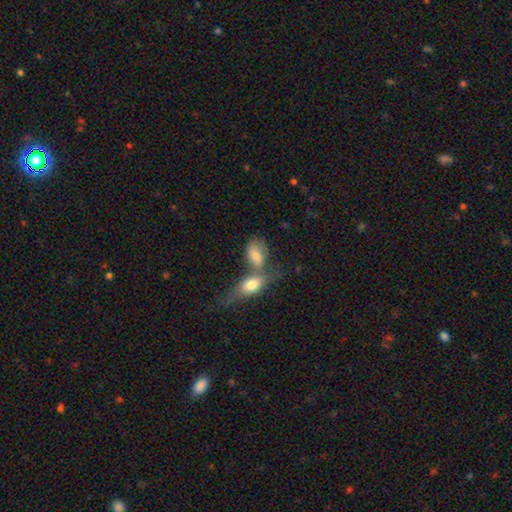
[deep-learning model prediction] This is likely a smooth galaxy (75%). How rounded: clearly in between (85%). Merging: possibly merger (57%).